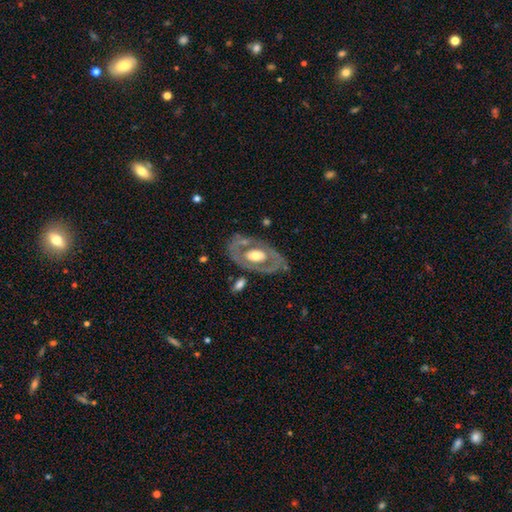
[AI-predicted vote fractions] Q: Smooth or featured?
A: featured or disk (66%); runner-up: smooth (29%)
Q: Edge-on disk?
A: no (91%); runner-up: yes (9%)
Q: Bar?
A: no (76%); runner-up: weak (17%)
Q: Spiral arms?
A: no (77%); runner-up: yes (23%)
Q: Bulge size?
A: moderate (55%); runner-up: large (33%)
Q: Merging?
A: none (72%); runner-up: minor disturbance (16%)